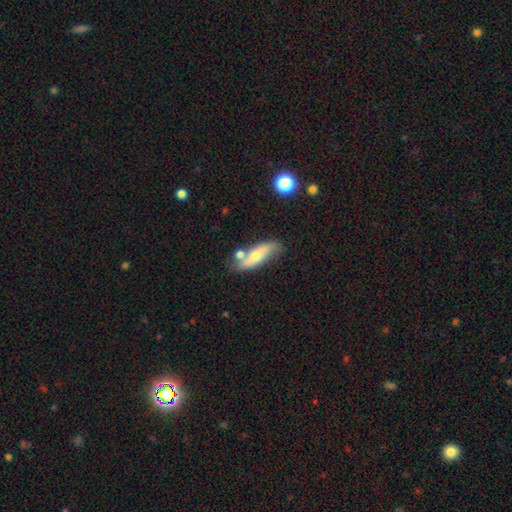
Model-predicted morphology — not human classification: A featured or disk galaxy (51%). Merging: none (58%).